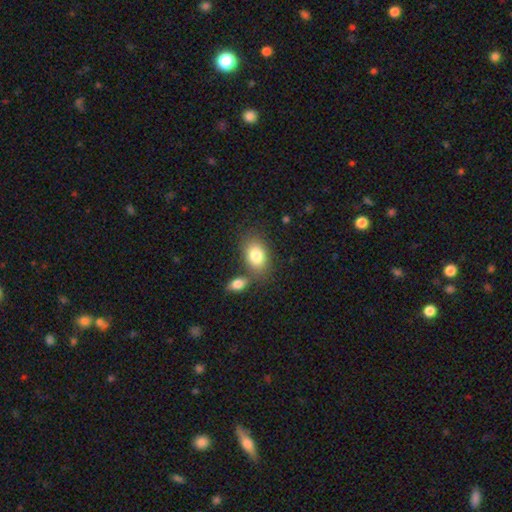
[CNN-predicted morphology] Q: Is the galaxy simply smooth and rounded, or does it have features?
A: smooth — 81%.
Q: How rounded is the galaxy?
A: in between — 82%.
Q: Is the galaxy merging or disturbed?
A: none — 61%.